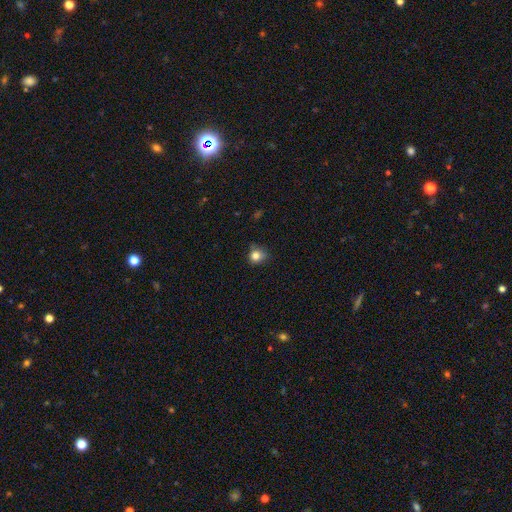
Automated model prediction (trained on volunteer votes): Smooth or featured?
  - smooth: 81% *
  - star or artifact: 12%
  - featured or disk: 8%
How rounded?
  - round: 77% *
  - in between: 22%
  - cigar-shaped: 1%
Merging?
  - none: 62% *
  - minor disturbance: 28%
  - major disturbance: 7%
  - merger: 2%